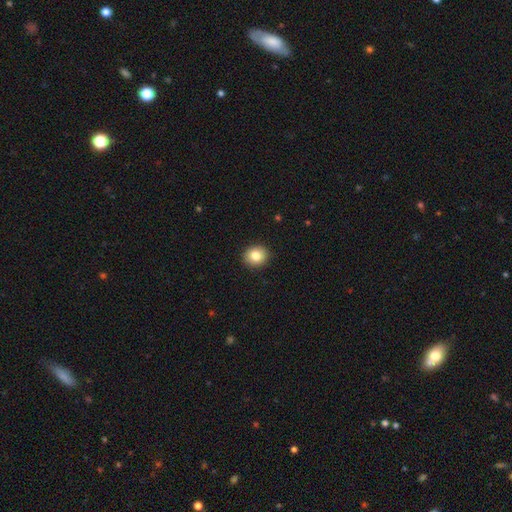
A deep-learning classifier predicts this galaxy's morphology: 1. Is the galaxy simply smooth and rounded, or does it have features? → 83% smooth, 9% star or artifact, 8% featured or disk.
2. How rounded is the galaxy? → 76% round, 24% in between, 1% cigar-shaped.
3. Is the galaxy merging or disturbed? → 92% none, 6% minor disturbance, 2% major disturbance, 1% merger.